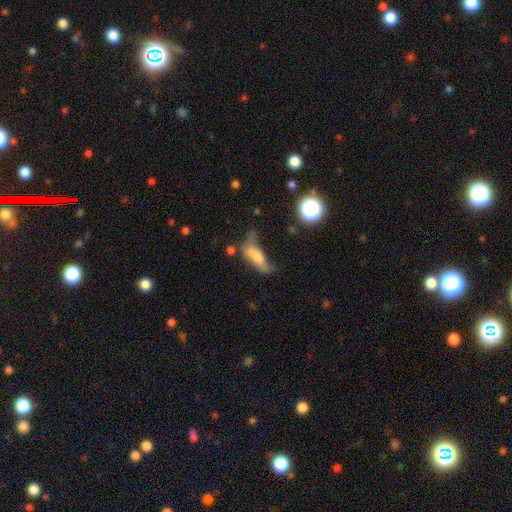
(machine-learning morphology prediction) Smooth or featured? Predicted: smooth (p=0.60). How rounded? Predicted: in between (p=0.65). Merging? Predicted: major disturbance (p=0.32).